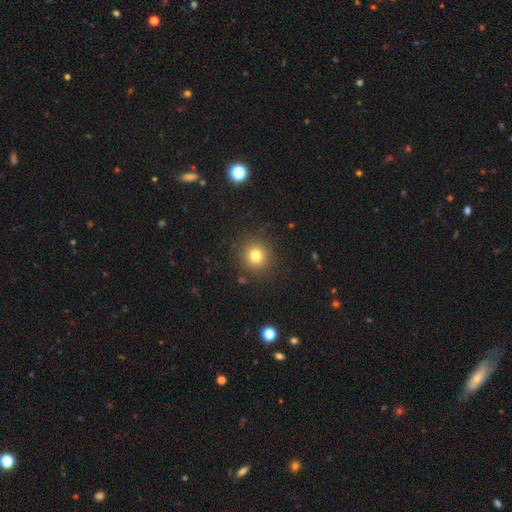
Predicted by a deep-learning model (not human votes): This is likely a smooth galaxy (78%). How rounded: clearly round (91%). Merging: clearly none (88%).